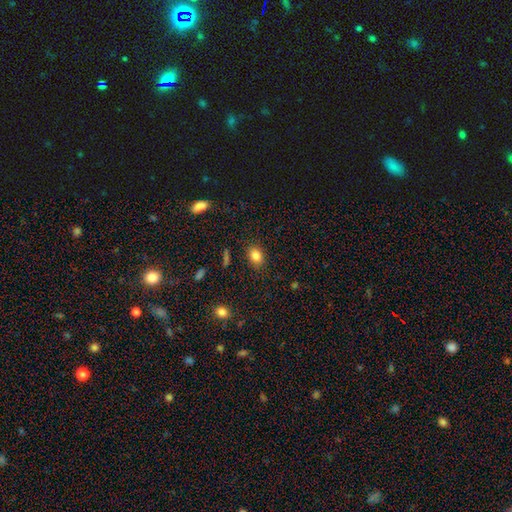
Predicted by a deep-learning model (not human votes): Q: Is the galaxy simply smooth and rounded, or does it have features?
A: smooth — 83%.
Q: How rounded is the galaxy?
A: in between — 65%.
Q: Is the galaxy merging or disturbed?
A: none — 85%.